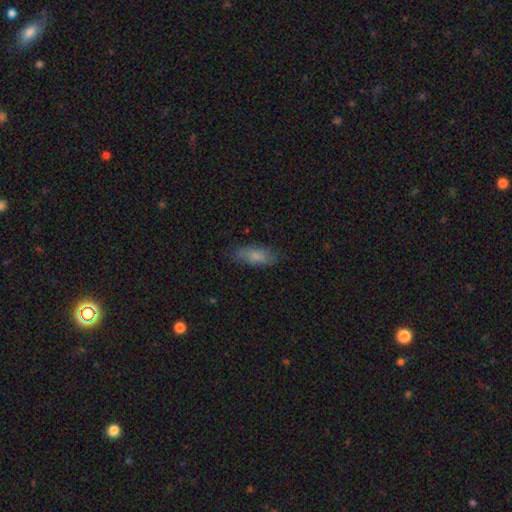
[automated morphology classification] A smooth galaxy with no disk features (76%) that is in between round and cigar-shaped (73%).

Vote fractions:
- Smooth or featured? smooth: 76% / featured or disk: 17% / star or artifact: 7%
- How rounded? in between: 73% / cigar-shaped: 25% / round: 2%
- Merging? none: 79% / minor disturbance: 16% / major disturbance: 4% / merger: 1%